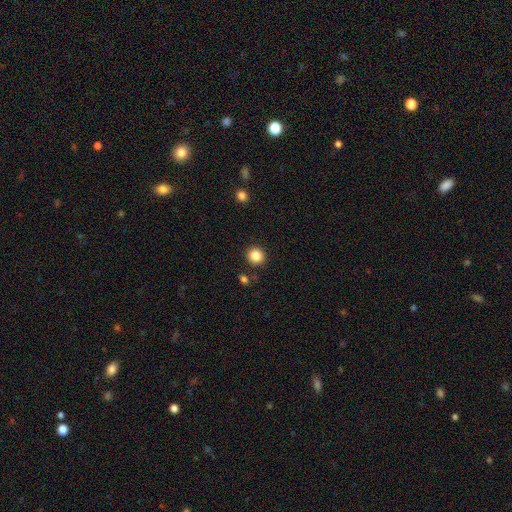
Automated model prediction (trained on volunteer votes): Morphology: type=smooth (86%); roundness=round (90%); merging=none (89%).